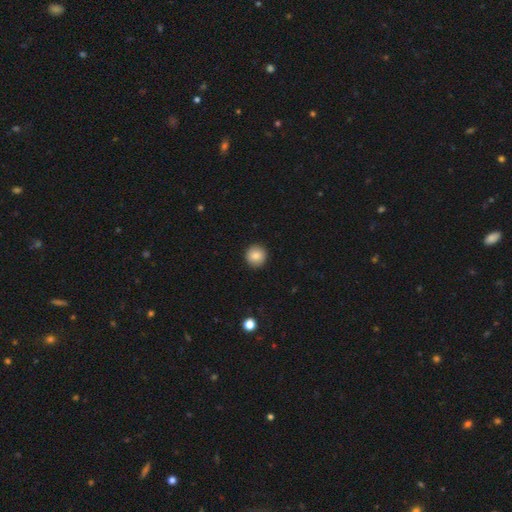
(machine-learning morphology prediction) This is clearly a smooth galaxy (86%). How rounded: clearly round (94%). Merging: clearly none (93%).